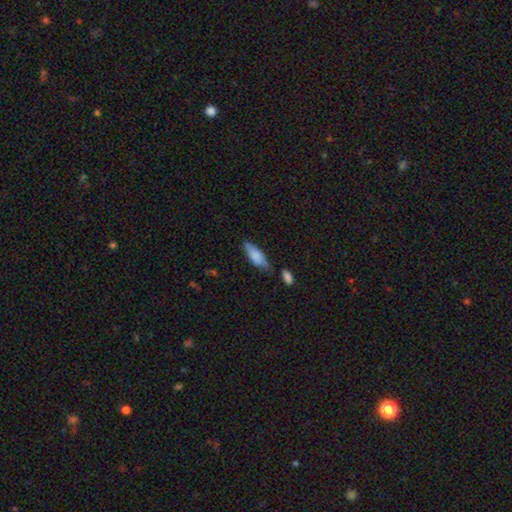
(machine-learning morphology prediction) Q: Smooth or featured?
A: smooth (78%); runner-up: featured or disk (16%)
Q: How rounded?
A: in between (66%); runner-up: cigar-shaped (32%)
Q: Merging?
A: none (60%); runner-up: minor disturbance (27%)